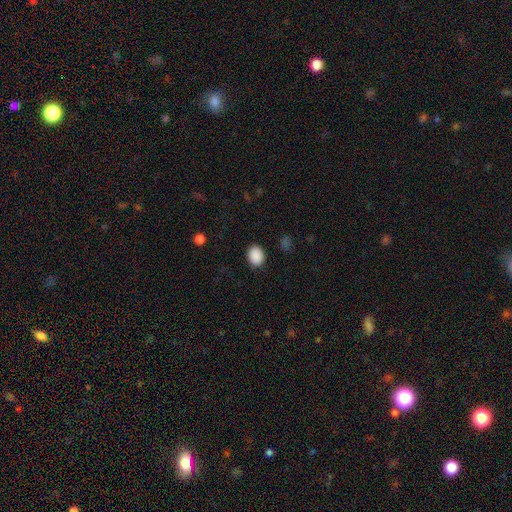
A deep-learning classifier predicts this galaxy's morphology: type=smooth (90%); roundness=in between (59%); merging=none (88%).